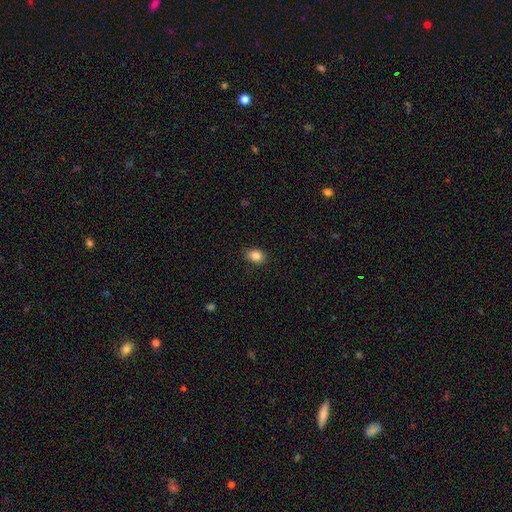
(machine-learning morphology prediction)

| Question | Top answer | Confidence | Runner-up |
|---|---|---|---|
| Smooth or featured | smooth | 85% | star or artifact (9%) |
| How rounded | in between | 75% | round (23%) |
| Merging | none | 88% | minor disturbance (9%) |